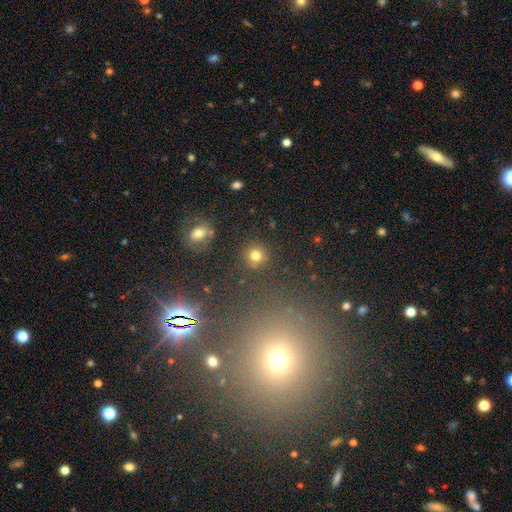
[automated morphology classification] Smooth or featured: smooth — 76% (star or artifact — 17%)
How rounded: round — 92% (in between — 7%)
Merging: none — 85% (minor disturbance — 7%)